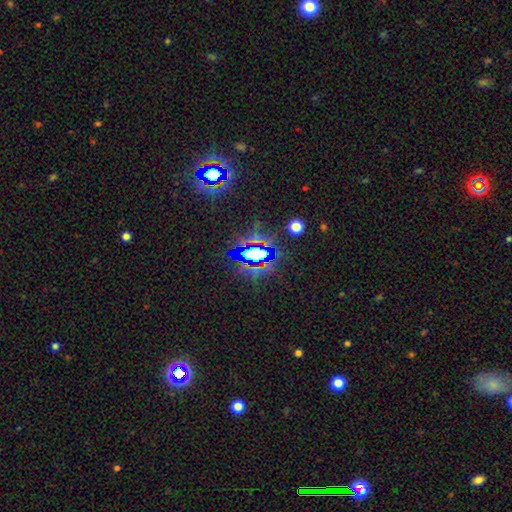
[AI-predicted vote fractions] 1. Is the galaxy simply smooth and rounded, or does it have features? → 70% star or artifact, 16% smooth, 14% featured or disk.